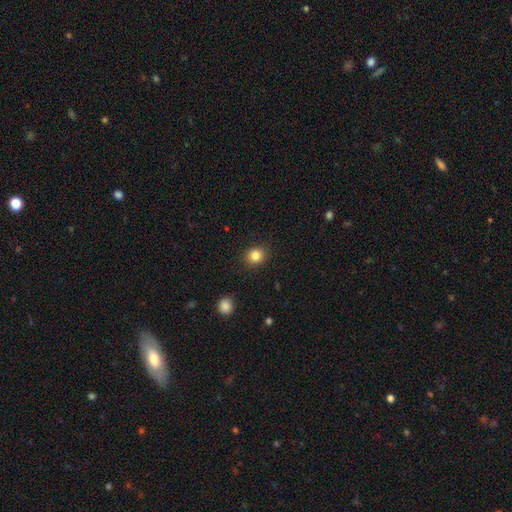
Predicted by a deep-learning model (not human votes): smooth-or-featured: smooth: 84% | star or artifact: 11% | featured or disk: 5%
  how-rounded: round: 78% | in between: 21% | cigar-shaped: 1%
  merging: none: 89% | minor disturbance: 7% | major disturbance: 2% | merger: 1%